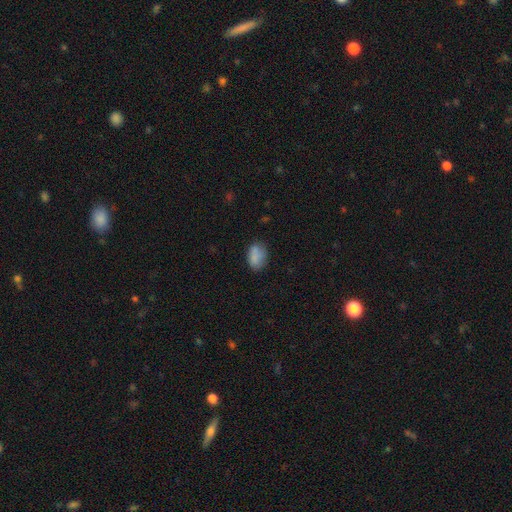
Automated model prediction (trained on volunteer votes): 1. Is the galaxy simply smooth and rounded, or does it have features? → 81% smooth, 10% featured or disk, 9% star or artifact.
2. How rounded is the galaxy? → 82% in between, 16% round, 2% cigar-shaped.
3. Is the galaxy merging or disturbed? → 66% none, 23% minor disturbance, 6% major disturbance, 4% merger.